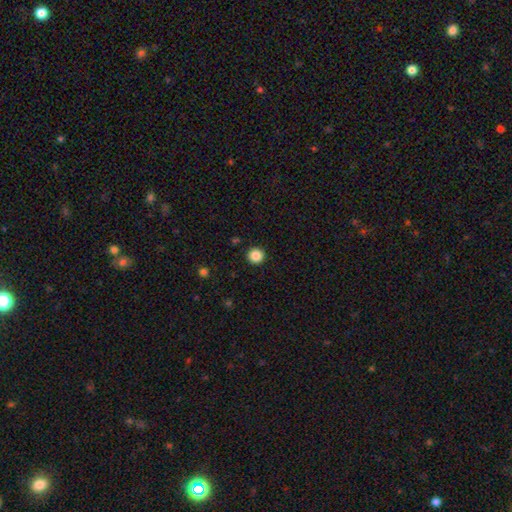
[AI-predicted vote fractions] Overall: smooth (87%). How rounded: round (95%). Merging: none (93%).